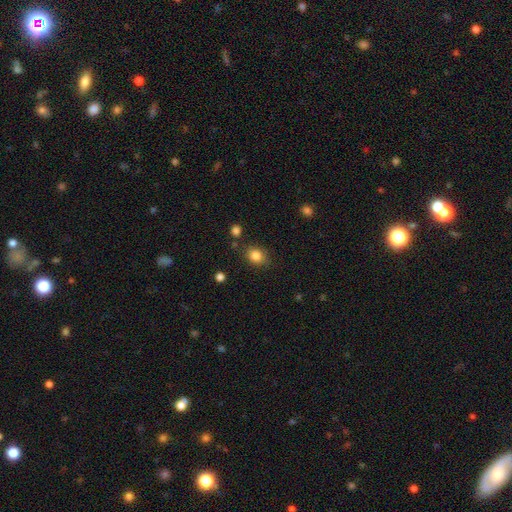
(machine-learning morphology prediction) Overall: smooth (84%). How rounded: round (52%; in between 47%). Merging: none (79%).